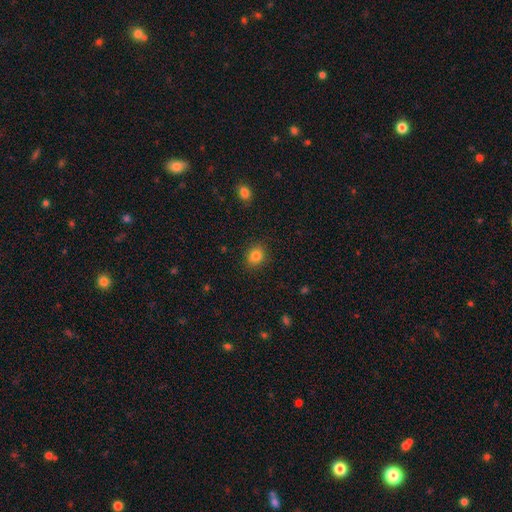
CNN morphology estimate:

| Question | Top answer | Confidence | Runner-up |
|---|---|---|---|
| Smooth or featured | smooth | 84% | star or artifact (11%) |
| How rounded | round | 67% | in between (32%) |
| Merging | none | 88% | minor disturbance (9%) |